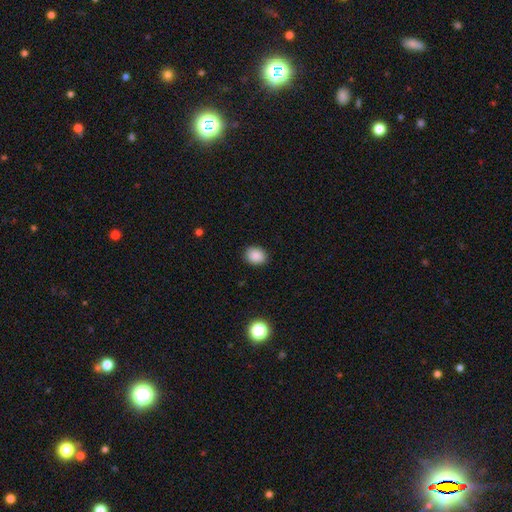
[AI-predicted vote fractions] Smooth or featured? smooth (88%)
How rounded? round (50%)
Merging? none (89%)